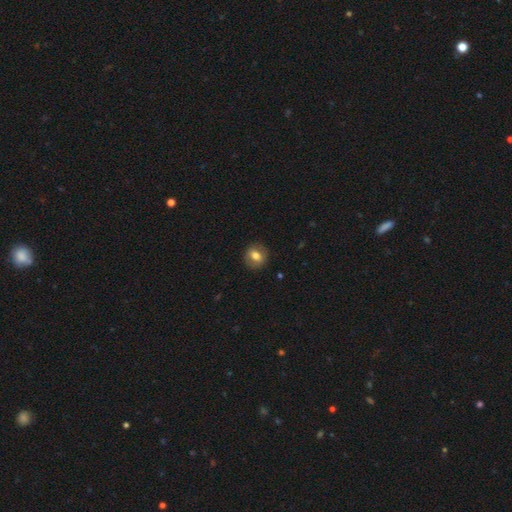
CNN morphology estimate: smooth 67%, featured or disk 24%, star or artifact 9%. Down the decision tree: how rounded — round (73%); merging — none (86%).